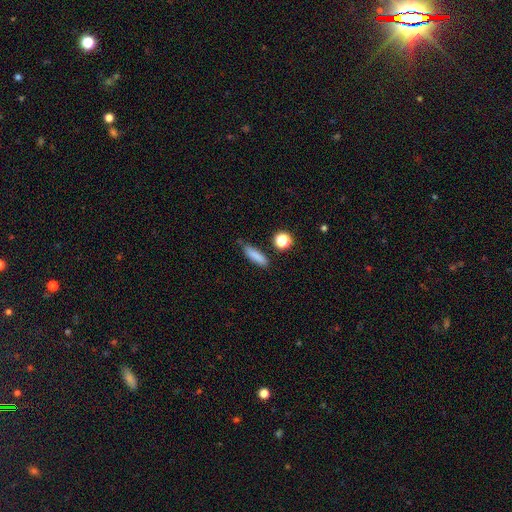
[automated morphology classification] A smooth galaxy with no disk features (83%) that is cigar-shaped (63%).

Vote fractions:
- Smooth or featured? smooth: 83% / star or artifact: 9% / featured or disk: 8%
- How rounded? cigar-shaped: 63% / in between: 33% / round: 4%
- Merging? none: 75% / minor disturbance: 17% / merger: 4% / major disturbance: 4%